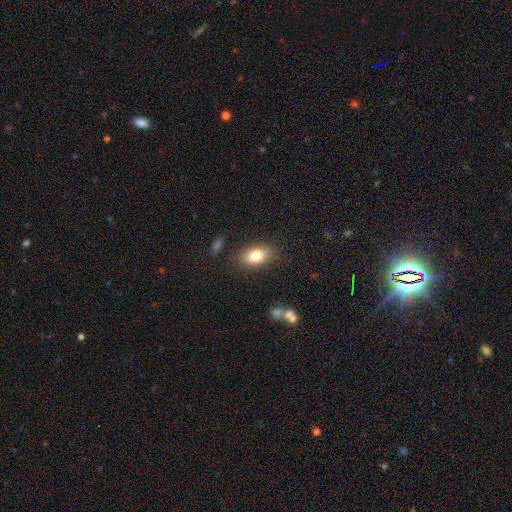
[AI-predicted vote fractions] Smooth or featured?
  - smooth: 80% *
  - featured or disk: 11%
  - star or artifact: 9%
How rounded?
  - in between: 86% *
  - round: 12%
  - cigar-shaped: 2%
Merging?
  - none: 83% *
  - minor disturbance: 12%
  - major disturbance: 4%
  - merger: 2%